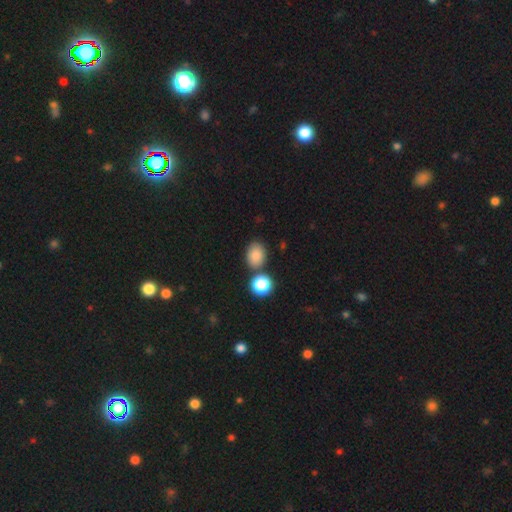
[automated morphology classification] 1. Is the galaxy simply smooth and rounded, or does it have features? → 85% smooth, 10% star or artifact, 5% featured or disk.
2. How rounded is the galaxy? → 65% in between, 34% round, 1% cigar-shaped.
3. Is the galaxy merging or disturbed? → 71% none, 13% merger, 13% minor disturbance, 4% major disturbance.